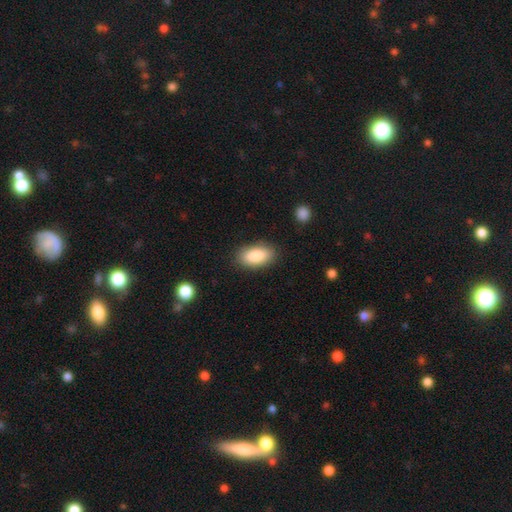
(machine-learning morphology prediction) Smooth or featured?
  - smooth: 87% *
  - featured or disk: 7%
  - star or artifact: 6%
How rounded?
  - in between: 93% *
  - cigar-shaped: 4%
  - round: 3%
Merging?
  - none: 86% *
  - minor disturbance: 10%
  - major disturbance: 3%
  - merger: 1%